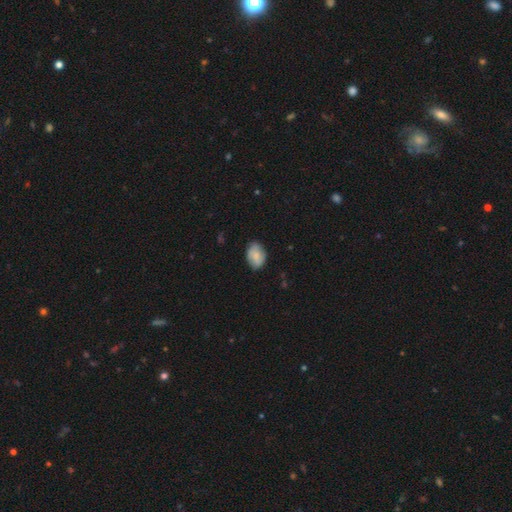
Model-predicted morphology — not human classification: Q: Smooth or featured?
A: smooth (77%); runner-up: featured or disk (16%)
Q: How rounded?
A: in between (81%); runner-up: round (18%)
Q: Merging?
A: none (74%); runner-up: minor disturbance (22%)